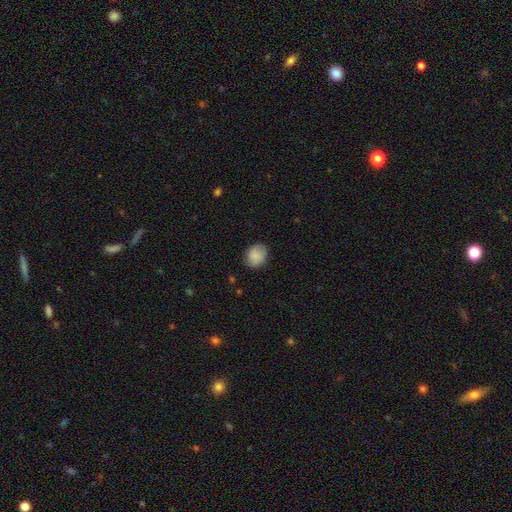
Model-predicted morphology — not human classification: Smooth or featured? smooth (87%)
How rounded? round (50%)
Merging? none (83%)